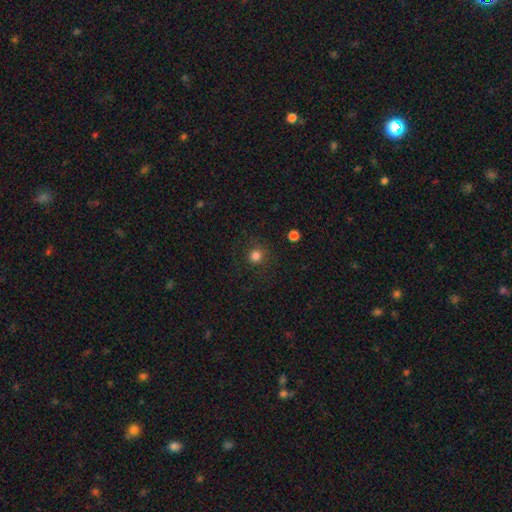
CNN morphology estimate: Smooth or featured?
  - smooth: 81% *
  - star or artifact: 14%
  - featured or disk: 5%
How rounded?
  - round: 93% *
  - in between: 6%
  - cigar-shaped: 1%
Merging?
  - none: 86% *
  - minor disturbance: 9%
  - major disturbance: 4%
  - merger: 1%